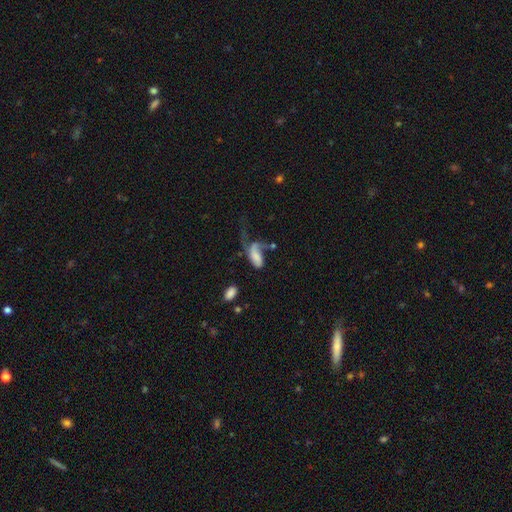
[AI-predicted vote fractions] smooth 51%, featured or disk 40%, star or artifact 10%. Down the decision tree: how rounded — in between (87%); merging — major disturbance (55%).